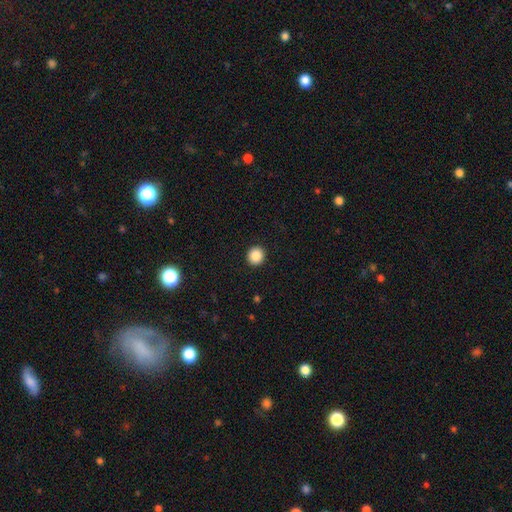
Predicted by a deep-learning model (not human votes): This is clearly a smooth galaxy (87%). How rounded: clearly round (92%). Merging: clearly none (93%).